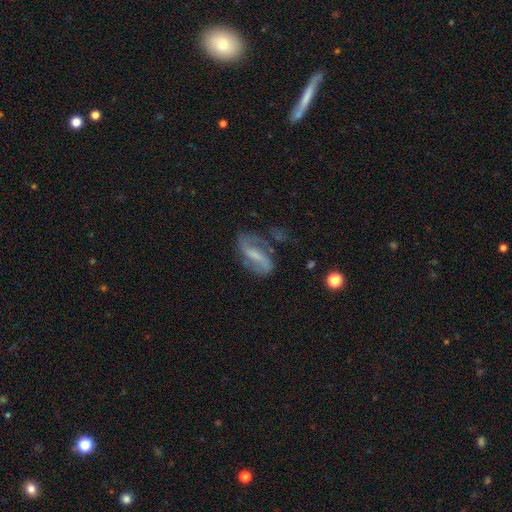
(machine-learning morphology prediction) A featured or disk galaxy (75%) with a strong bar (42%), 2 (85%) loose (46%) spiral arms (90%) and a small central bulge (45%).

Vote fractions:
- Smooth or featured? featured or disk: 75% / smooth: 17% / star or artifact: 8%
- Edge-on disk? no: 95% / yes: 5%
- Bar? strong: 42% / weak: 39% / no: 19%
- Spiral arms? yes: 90% / no: 10%
- Spiral winding? loose: 46% / medium: 39% / tight: 15%
- Spiral arm count? 2: 85% / can't tell: 6% / 1: 6% / 3: 1% / 4: 1% / more than 4: 1%
- Bulge size? small: 45% / none: 26% / moderate: 24% / large: 4% / dominant: 1%
- Merging? none: 58% / minor disturbance: 22% / major disturbance: 15% / merger: 5%